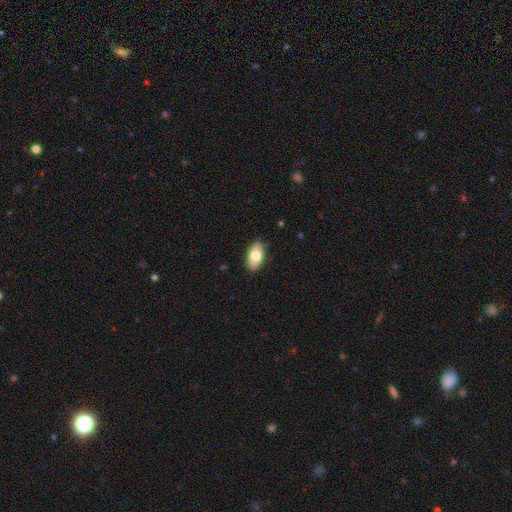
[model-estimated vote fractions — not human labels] Smooth or featured? smooth (78%)
How rounded? in between (93%)
Merging? none (87%)